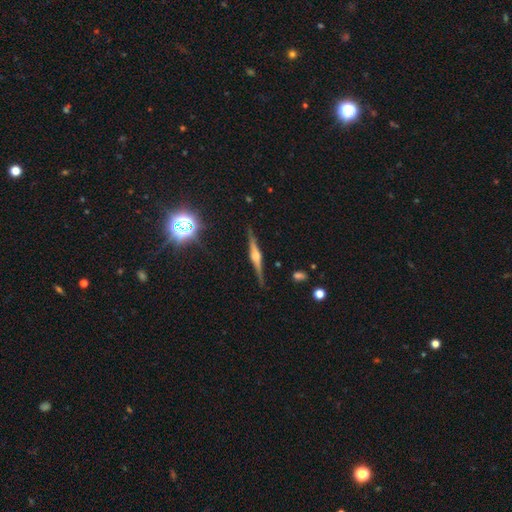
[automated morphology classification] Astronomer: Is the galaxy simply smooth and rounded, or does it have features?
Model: featured or disk — 80%.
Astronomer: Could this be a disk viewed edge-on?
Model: yes — 98%.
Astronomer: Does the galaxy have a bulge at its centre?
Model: rounded — 81%.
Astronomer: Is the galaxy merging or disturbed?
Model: none — 89%.